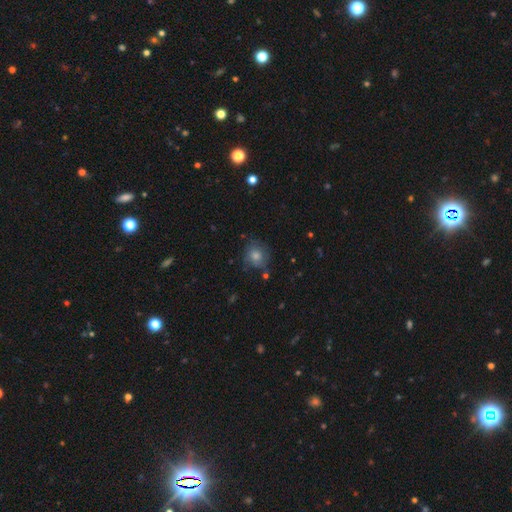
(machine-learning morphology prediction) Smooth or featured?
  - smooth: 61% *
  - featured or disk: 21%
  - star or artifact: 18%
How rounded?
  - round: 80% *
  - in between: 19%
  - cigar-shaped: 1%
Merging?
  - none: 75% *
  - minor disturbance: 17%
  - major disturbance: 6%
  - merger: 3%